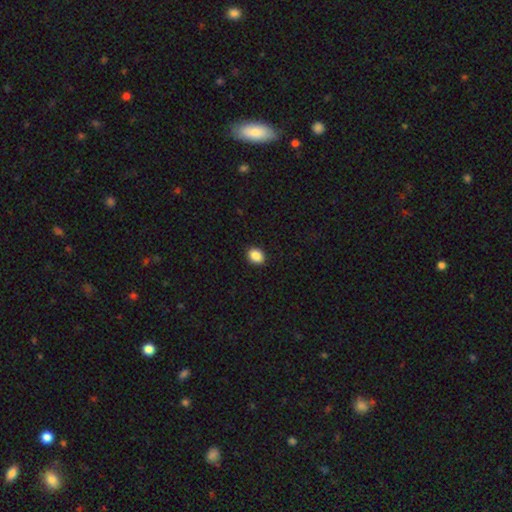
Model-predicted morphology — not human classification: This is clearly a smooth galaxy (88%). How rounded: possibly in between (60%). Merging: clearly none (92%).